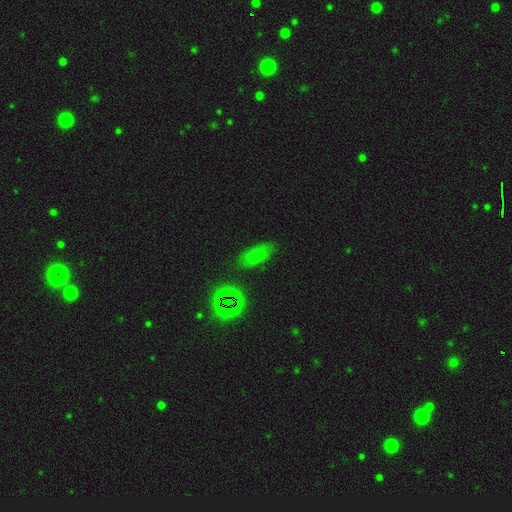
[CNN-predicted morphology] Smooth or featured: smooth — 68% (star or artifact — 22%)
How rounded: in between — 83% (cigar-shaped — 12%)
Merging: none — 80% (minor disturbance — 14%)